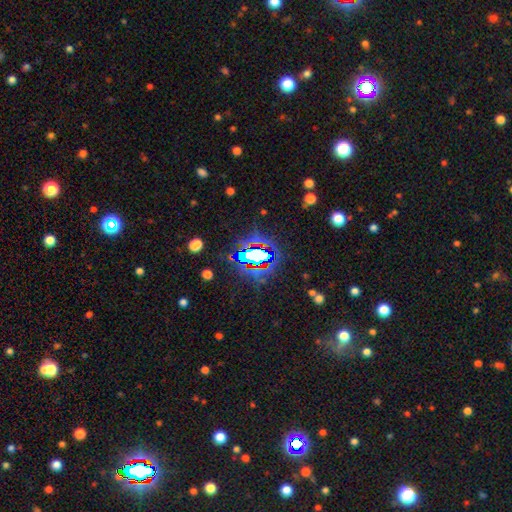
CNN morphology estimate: The model was most divided on "smooth or featured": star or artifact: 67%, smooth: 18%, featured or disk: 15%.